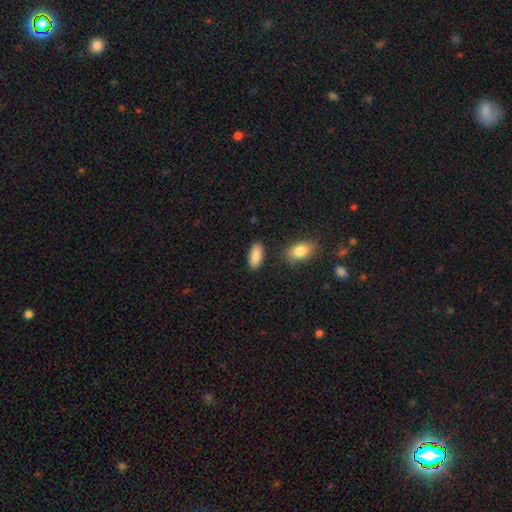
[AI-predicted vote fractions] Morphology: type=smooth (88%); roundness=in between (90%); merging=none (85%).